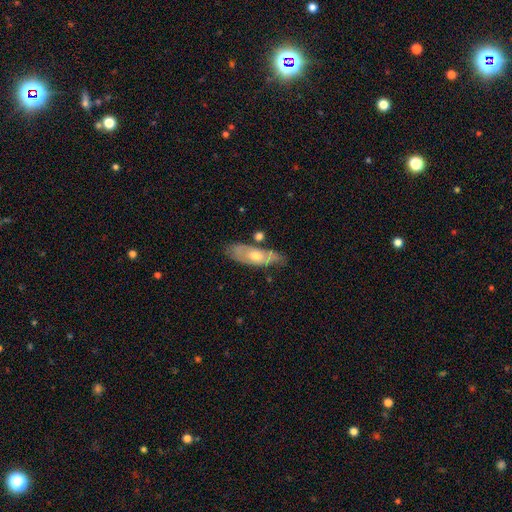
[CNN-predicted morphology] type=featured or disk (55%); edge-on=no (73%); merging=none (62%).